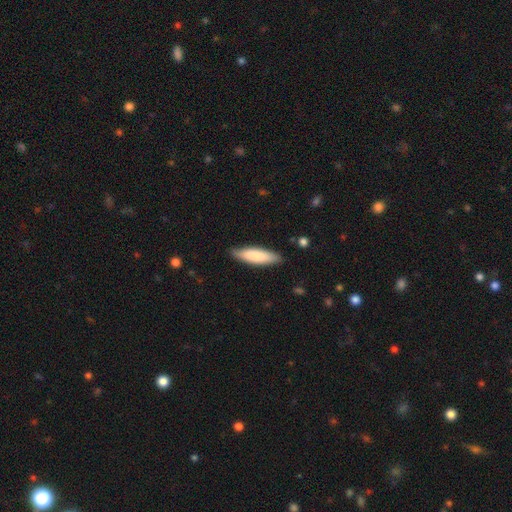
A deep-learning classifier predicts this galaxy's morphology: smooth 81%, featured or disk 13%, star or artifact 5%. Down the decision tree: how rounded — cigar-shaped (63%); merging — none (86%).